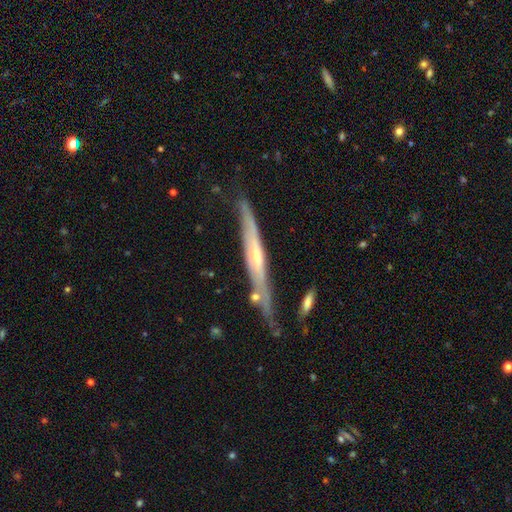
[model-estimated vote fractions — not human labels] This appears to be a featured or disk galaxy (71%) viewed edge-on (88%) with a rounded central bulge (46%). Merging: none (67%).